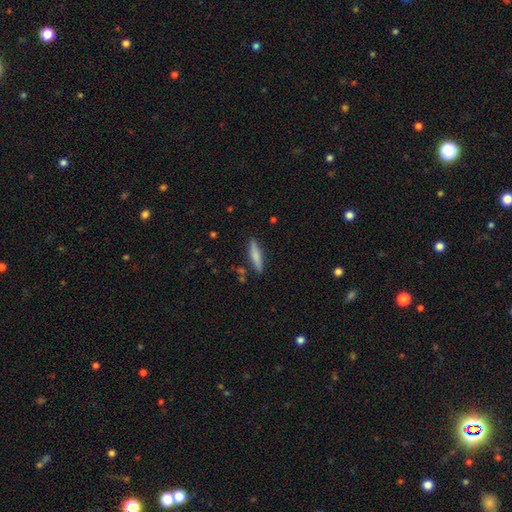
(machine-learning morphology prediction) Q: Smooth or featured?
A: smooth (70%); runner-up: featured or disk (24%)
Q: How rounded?
A: cigar-shaped (81%); runner-up: in between (18%)
Q: Merging?
A: none (86%); runner-up: minor disturbance (10%)